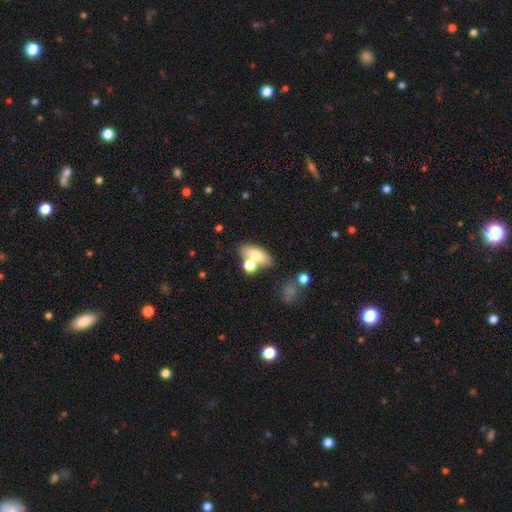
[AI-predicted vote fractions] Smooth or featured: smooth — 70% (featured or disk — 20%)
How rounded: in between — 80% (cigar-shaped — 10%)
Merging: none — 55% (merger — 29%)